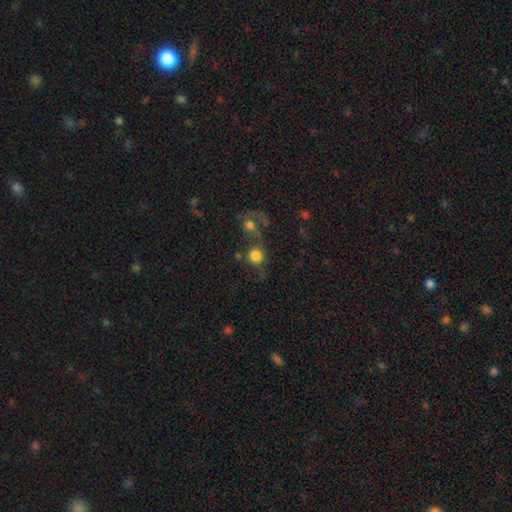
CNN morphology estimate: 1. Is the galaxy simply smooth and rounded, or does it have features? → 79% smooth, 11% star or artifact, 10% featured or disk.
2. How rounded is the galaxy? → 91% round, 8% in between, 1% cigar-shaped.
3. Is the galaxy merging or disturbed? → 50% none, 31% merger, 10% minor disturbance, 9% major disturbance.